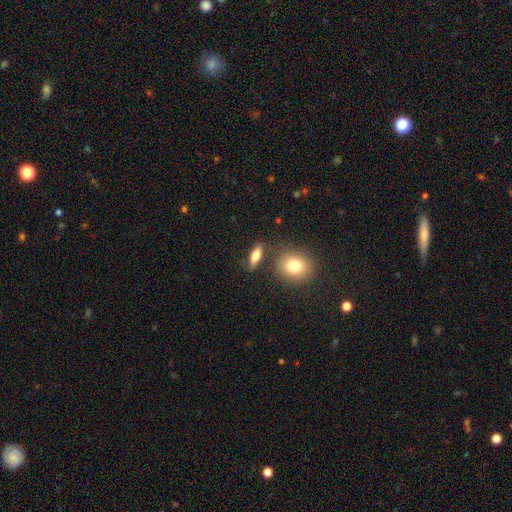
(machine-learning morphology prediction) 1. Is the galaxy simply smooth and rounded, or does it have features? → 68% smooth, 23% featured or disk, 9% star or artifact.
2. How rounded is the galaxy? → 57% in between, 32% cigar-shaped, 11% round.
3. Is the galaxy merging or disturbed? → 79% none, 11% minor disturbance, 6% merger, 4% major disturbance.